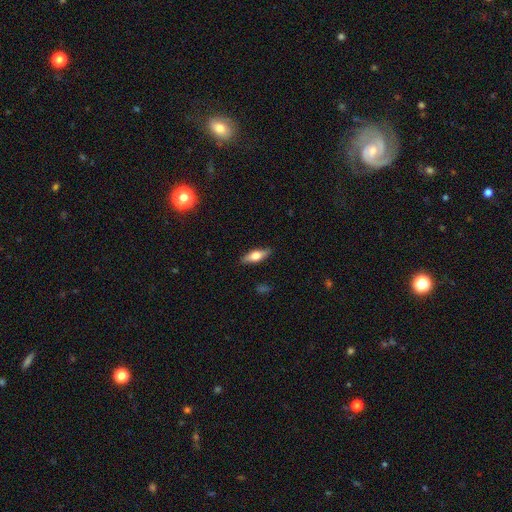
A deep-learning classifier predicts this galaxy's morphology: This appears to be a smooth galaxy with no disk features (54%) that is in between round and cigar-shaped (58%). Merging: none (87%).